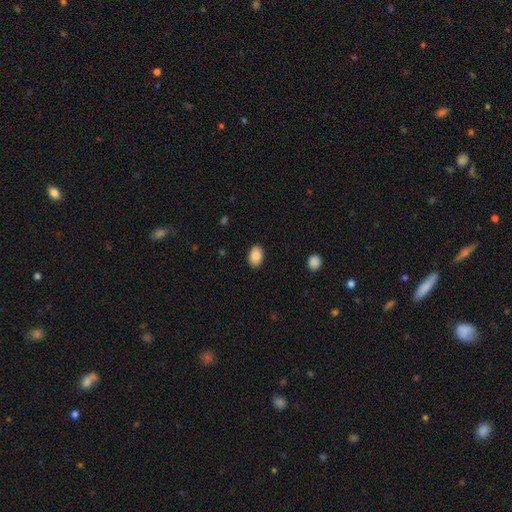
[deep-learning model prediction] A smooth galaxy with no disk features (88%) that is in between round and cigar-shaped (88%).

Vote fractions:
- Smooth or featured? smooth: 88% / star or artifact: 7% / featured or disk: 4%
- How rounded? in between: 88% / round: 11% / cigar-shaped: 1%
- Merging? none: 88% / minor disturbance: 9% / major disturbance: 2% / merger: 1%